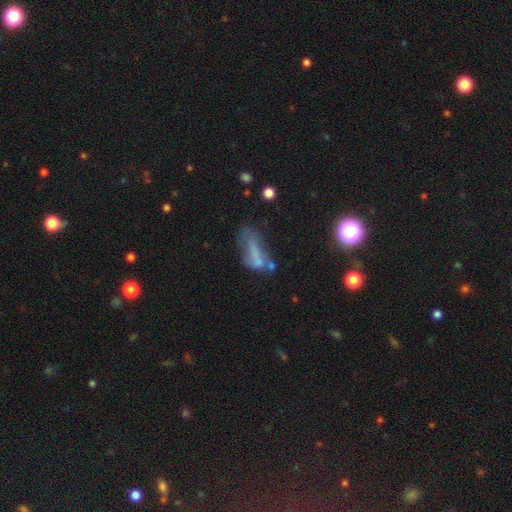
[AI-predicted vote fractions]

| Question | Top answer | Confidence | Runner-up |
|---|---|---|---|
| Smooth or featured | smooth | 56% | featured or disk (28%) |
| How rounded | in between | 65% | cigar-shaped (31%) |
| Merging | major disturbance | 36% | none (25%) |